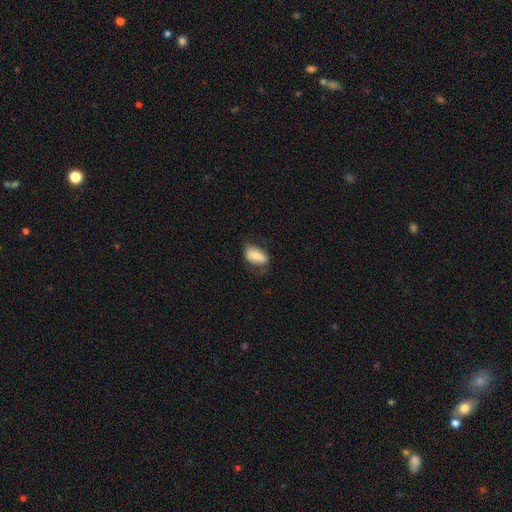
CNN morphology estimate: Q: Smooth or featured?
A: smooth (71%); runner-up: featured or disk (22%)
Q: How rounded?
A: in between (92%); runner-up: round (5%)
Q: Merging?
A: none (63%); runner-up: minor disturbance (26%)